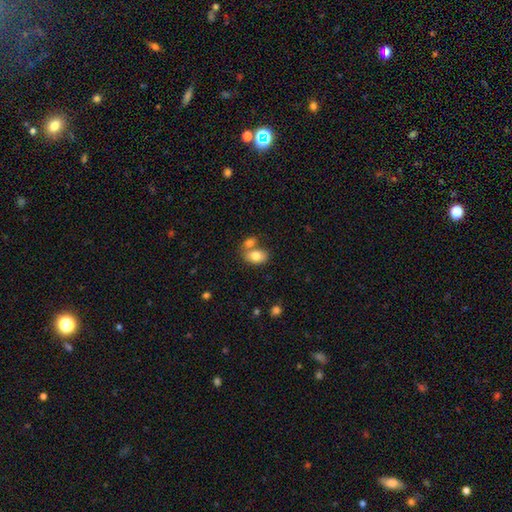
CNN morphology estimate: smooth_or_featured: smooth (p=0.80) [alt: featured or disk p=0.12]
how_rounded: in between (p=0.82) [alt: round p=0.17]
merging: merger (p=0.45) [alt: none p=0.40]